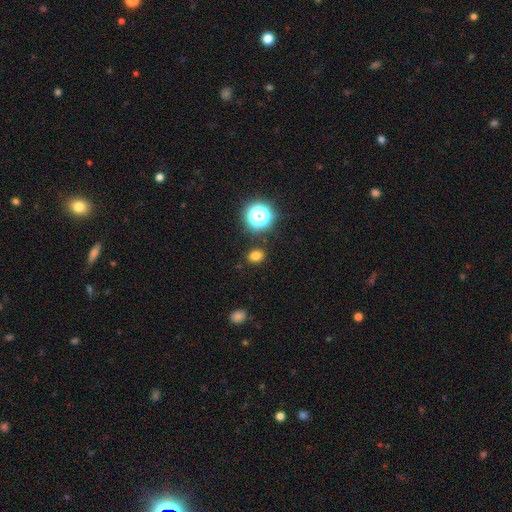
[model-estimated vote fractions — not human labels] smooth_or_featured: smooth (p=0.76) [alt: star or artifact p=0.19]
how_rounded: in between (p=0.54) [alt: round p=0.44]
merging: none (p=0.87) [alt: minor disturbance p=0.08]